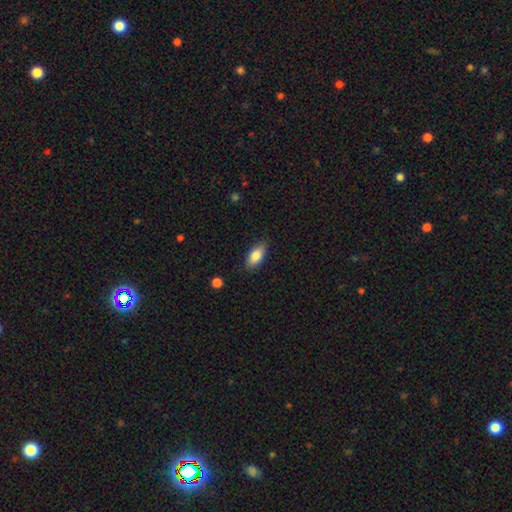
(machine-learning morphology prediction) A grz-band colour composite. It shows a smooth galaxy with no disk features (82%) that is in between round and cigar-shaped (88%). Merging: none (85%).